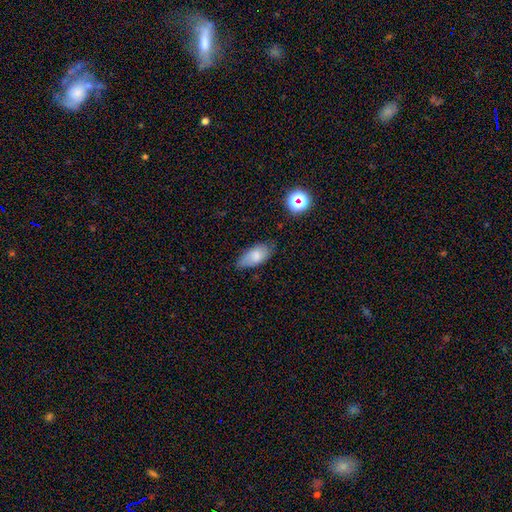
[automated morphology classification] Overall: smooth (78%). How rounded: in between (91%). Merging: none (65%; minor disturbance 28%).